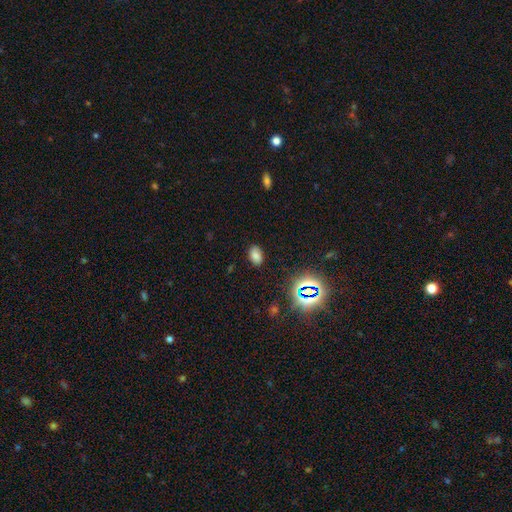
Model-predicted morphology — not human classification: smooth 72%, star or artifact 21%, featured or disk 7%. Down the decision tree: how rounded — in between (87%); merging — none (84%).